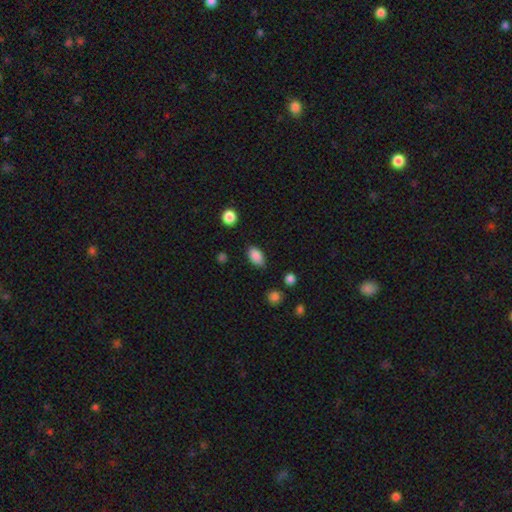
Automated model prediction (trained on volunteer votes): Smooth or featured? Predicted: smooth (p=0.86). How rounded? Predicted: in between (p=0.90). Merging? Predicted: none (p=0.83).